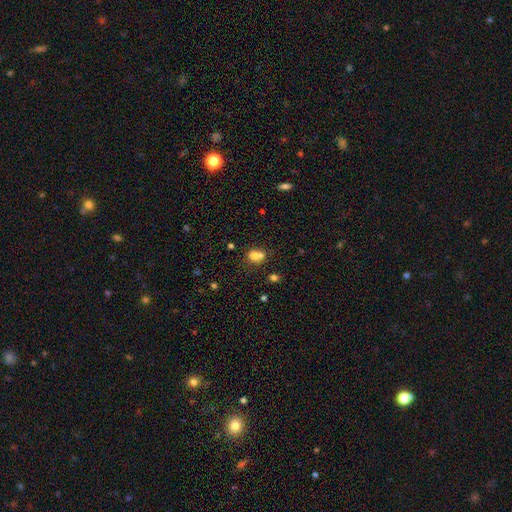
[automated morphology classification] A smooth galaxy with no disk features (71%) that is round (57%). Merging: merger (58%).